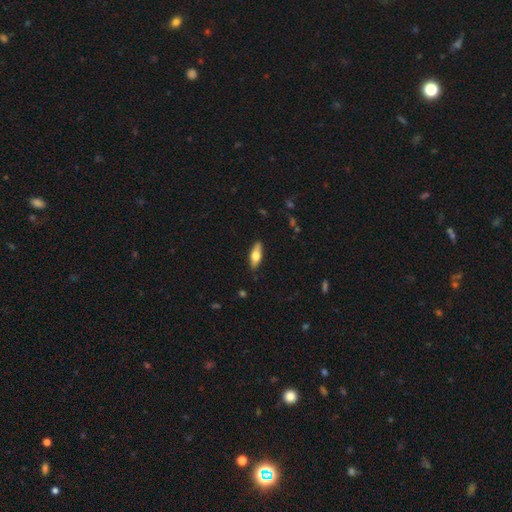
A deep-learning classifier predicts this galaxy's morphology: smooth 61%, featured or disk 34%, star or artifact 6%. Down the decision tree: how rounded — in between (64%); merging — none (87%).